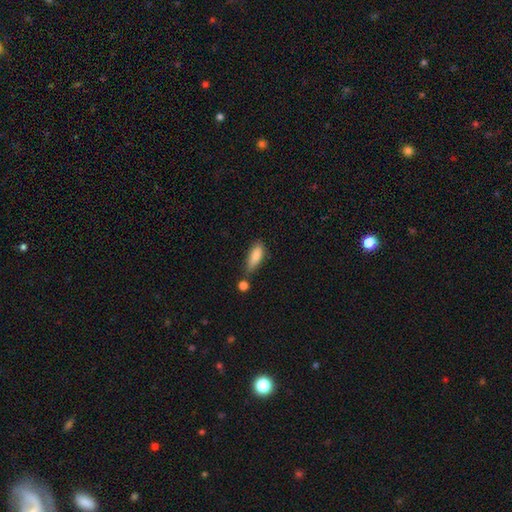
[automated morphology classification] Overall: smooth (84%). How rounded: in between (67%; cigar-shaped 31%). Merging: none (57%; minor disturbance 25%).